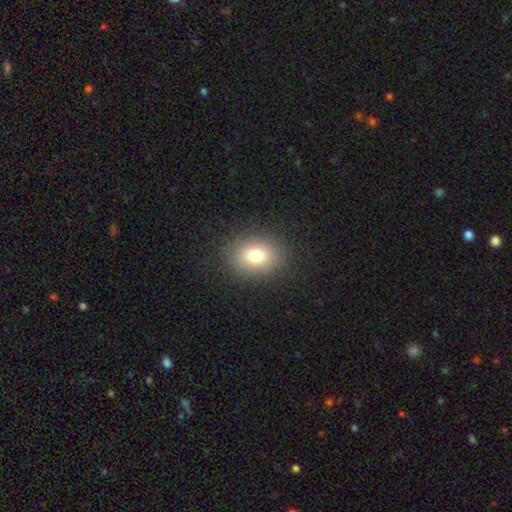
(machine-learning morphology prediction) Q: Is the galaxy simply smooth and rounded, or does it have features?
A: smooth — 77%.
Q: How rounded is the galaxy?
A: round — 50%.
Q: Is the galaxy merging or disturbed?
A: none — 87%.